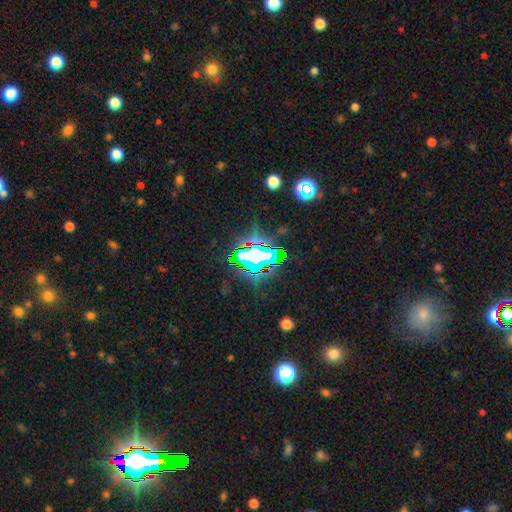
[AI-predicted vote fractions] Smooth or featured: star or artifact — 69% (featured or disk — 16%)